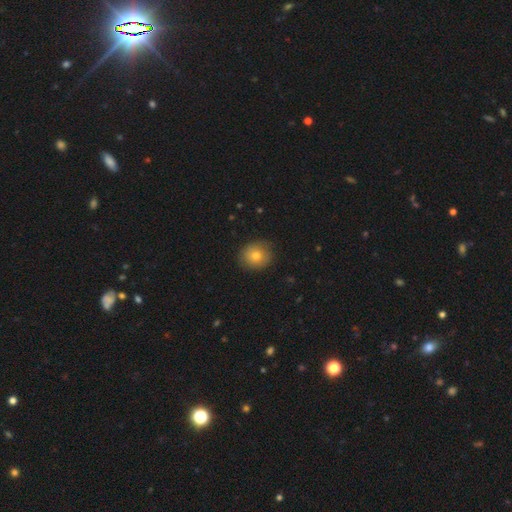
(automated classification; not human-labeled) This is likely a smooth galaxy (76%). How rounded: clearly round (80%). Merging: clearly none (85%).